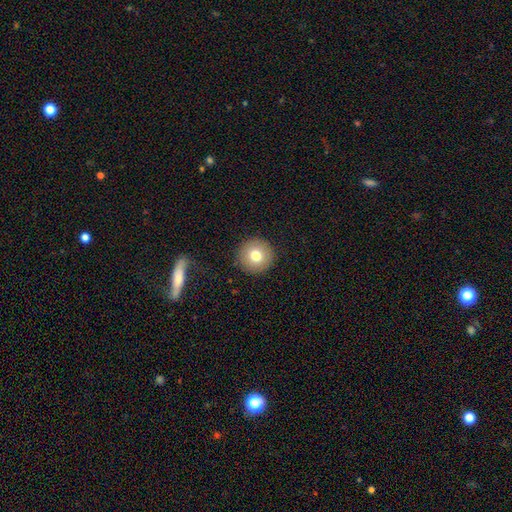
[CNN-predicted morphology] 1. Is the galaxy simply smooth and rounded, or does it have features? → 77% smooth, 13% featured or disk, 10% star or artifact.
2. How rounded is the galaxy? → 96% round, 3% in between, 1% cigar-shaped.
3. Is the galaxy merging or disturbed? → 92% none, 5% minor disturbance, 2% major disturbance, 1% merger.